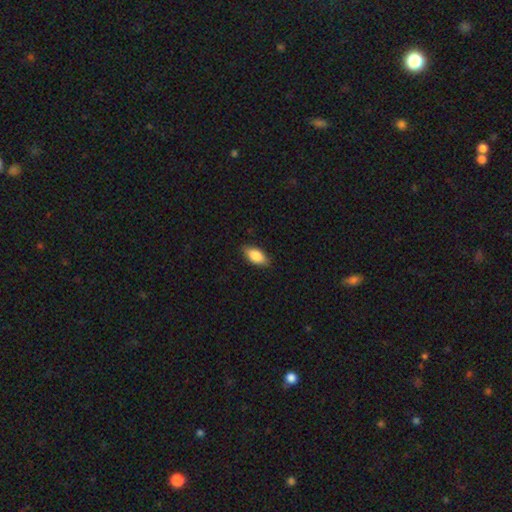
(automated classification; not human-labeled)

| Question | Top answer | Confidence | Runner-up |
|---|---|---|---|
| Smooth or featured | smooth | 84% | featured or disk (9%) |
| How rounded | in between | 90% | cigar-shaped (7%) |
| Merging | none | 87% | minor disturbance (10%) |